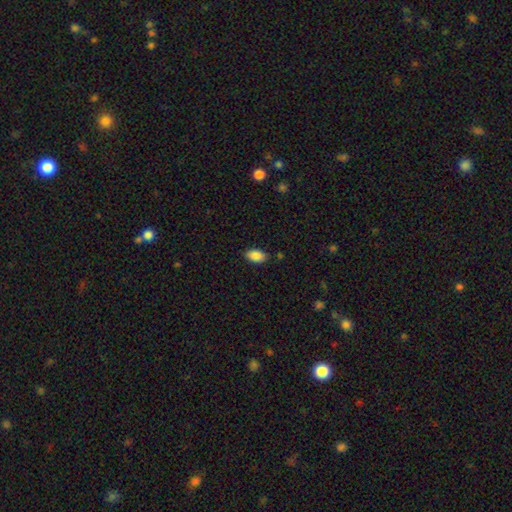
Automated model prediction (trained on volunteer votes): A smooth galaxy with no disk features (88%) that is in between round and cigar-shaped (93%). Merging: none (85%).